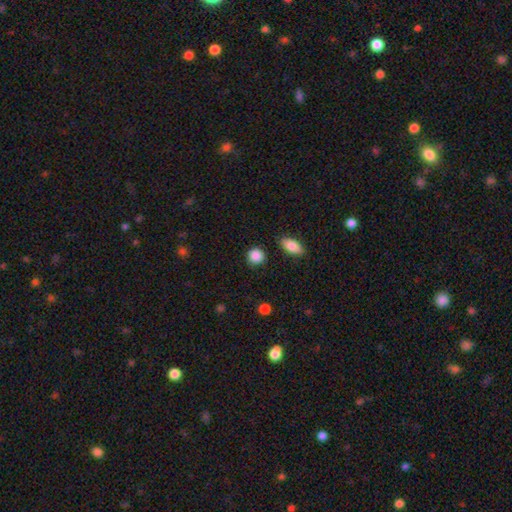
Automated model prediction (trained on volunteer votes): Smooth or featured? Predicted: smooth (p=0.89). How rounded? Predicted: round (p=0.87). Merging? Predicted: none (p=0.86).